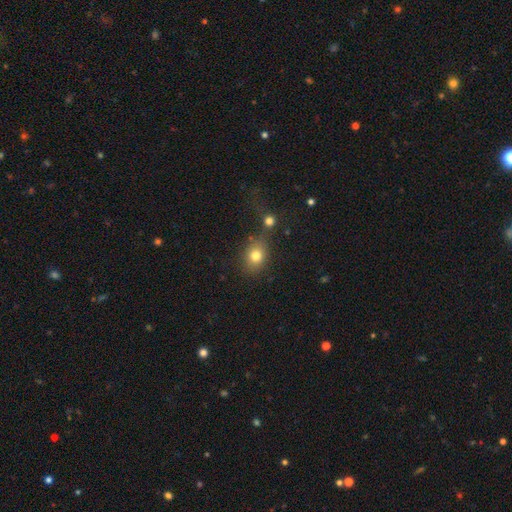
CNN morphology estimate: A smooth galaxy with no disk features (79%) that is round (54%). Merging: none (66%).